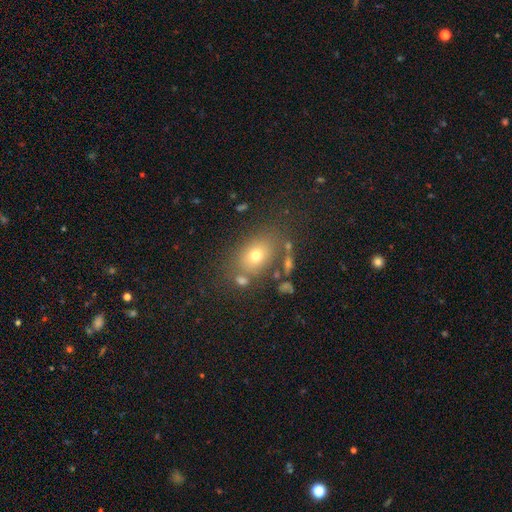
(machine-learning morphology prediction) Q: Smooth or featured?
A: smooth (69%); runner-up: featured or disk (16%)
Q: How rounded?
A: in between (69%); runner-up: round (29%)
Q: Merging?
A: none (70%); runner-up: minor disturbance (14%)